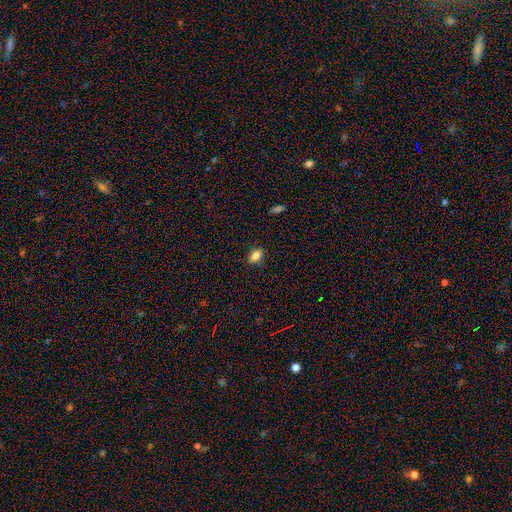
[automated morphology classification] smooth 83%, star or artifact 10%, featured or disk 6%. Down the decision tree: how rounded — in between (82%); merging — none (86%).